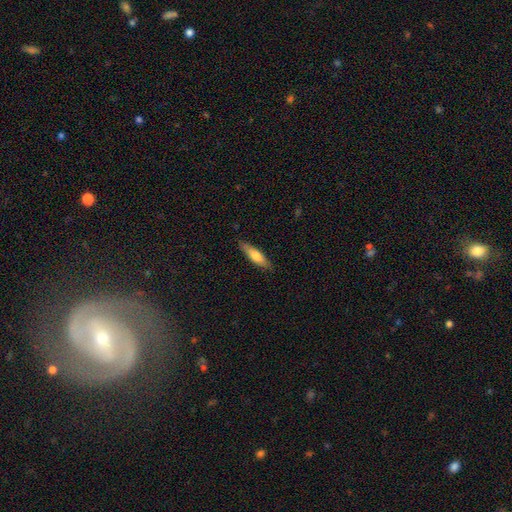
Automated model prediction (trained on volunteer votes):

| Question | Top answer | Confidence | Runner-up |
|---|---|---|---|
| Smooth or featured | smooth | 64% | featured or disk (30%) |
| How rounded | cigar-shaped | 66% | in between (32%) |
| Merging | none | 86% | minor disturbance (11%) |